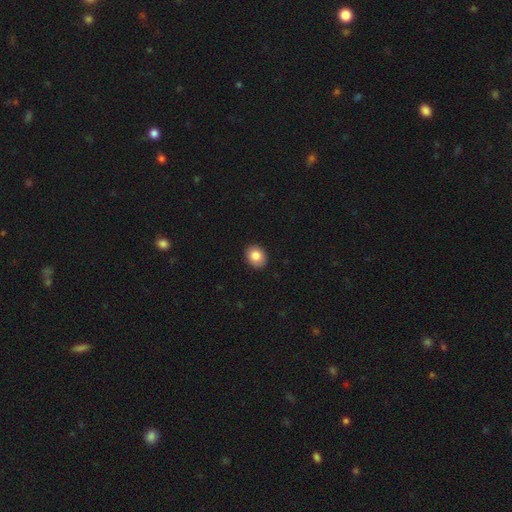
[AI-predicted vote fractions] This is clearly a smooth galaxy (84%). How rounded: possibly in between (52%). Merging: clearly none (90%).